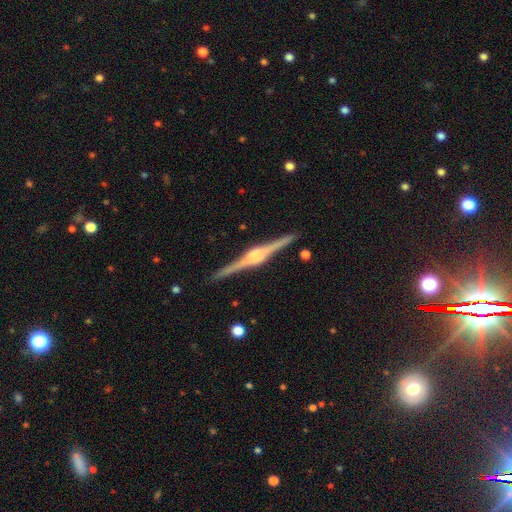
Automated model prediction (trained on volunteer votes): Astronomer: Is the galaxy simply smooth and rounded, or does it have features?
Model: featured or disk — 89%.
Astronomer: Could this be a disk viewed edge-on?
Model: yes — 99%.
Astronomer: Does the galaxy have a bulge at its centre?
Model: rounded — 69%.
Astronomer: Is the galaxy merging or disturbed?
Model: none — 91%.